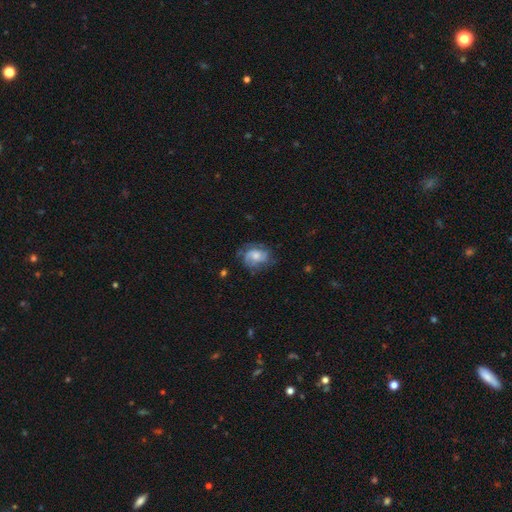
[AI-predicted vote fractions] Overall: featured or disk (70%). Edge-on disk: no (97%). Bar: no (67%; weak 28%). Spiral arms: yes (91%). Spiral arm count: 2 (36%; can't tell 25%). Spiral winding: medium (42%, tied with tight). Bulge size: moderate (51%; small 29%). Merging: none (65%).